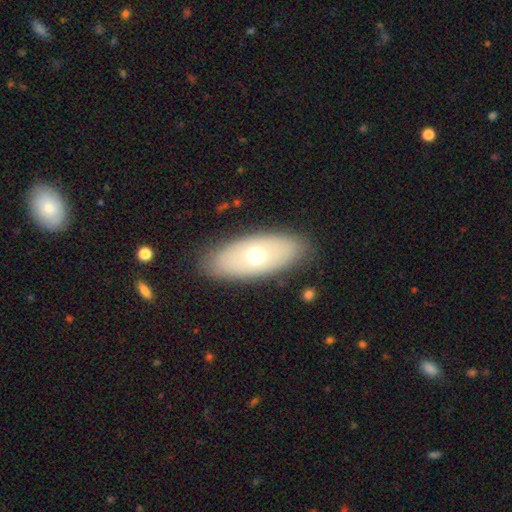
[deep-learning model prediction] smooth_or_featured: smooth (p=0.57) [alt: featured or disk p=0.36]
how_rounded: in between (p=0.86) [alt: cigar-shaped p=0.10]
merging: none (p=0.85) [alt: minor disturbance p=0.11]